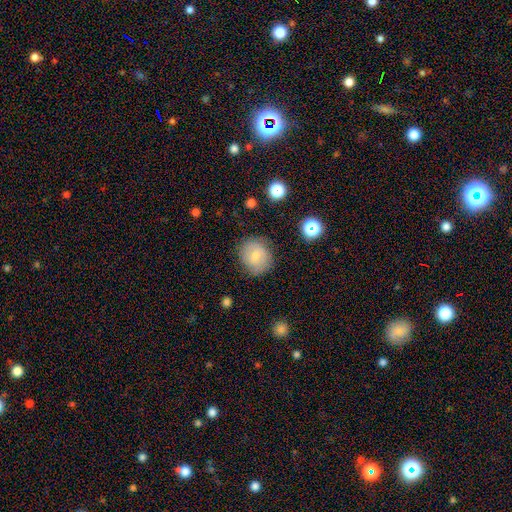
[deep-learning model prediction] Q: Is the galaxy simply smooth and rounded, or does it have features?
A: smooth — 70%.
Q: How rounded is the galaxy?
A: round — 81%.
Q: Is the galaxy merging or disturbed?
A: none — 79%.